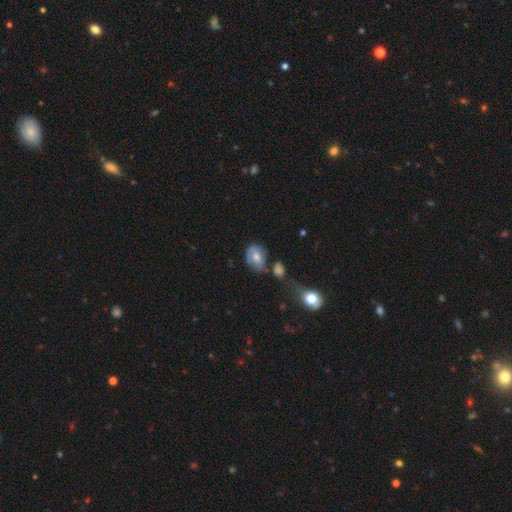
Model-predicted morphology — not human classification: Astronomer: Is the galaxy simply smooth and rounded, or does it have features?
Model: smooth — 60%.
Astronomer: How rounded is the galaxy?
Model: in between — 64%.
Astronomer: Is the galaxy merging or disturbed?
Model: none — 56%.